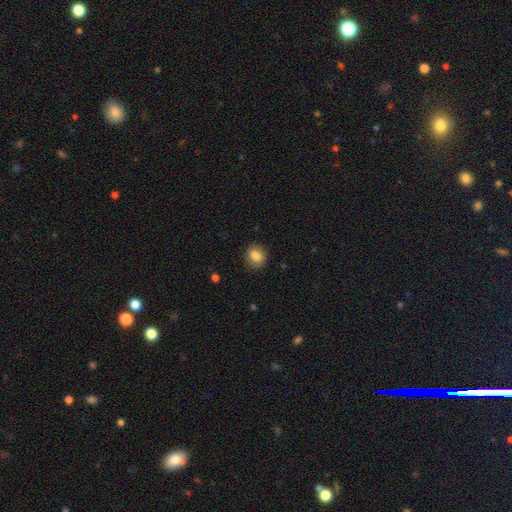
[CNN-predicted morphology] Overall: smooth (82%). How rounded: round (61%; in between 38%). Merging: none (84%).